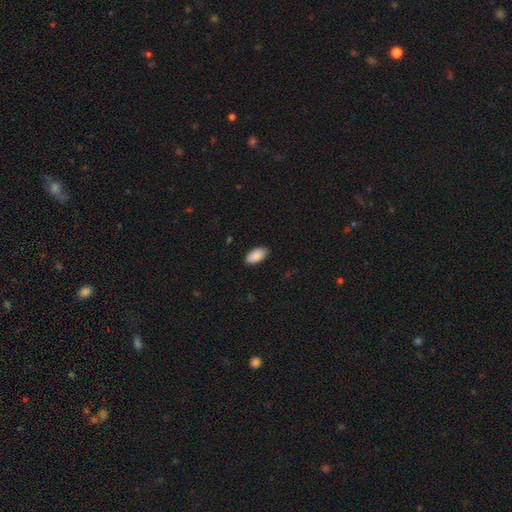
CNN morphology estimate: Smooth or featured? smooth (91%)
How rounded? in between (95%)
Merging? none (88%)